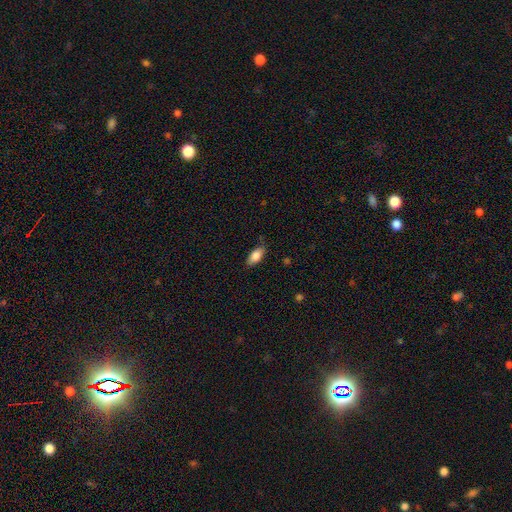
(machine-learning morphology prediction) Overall: smooth (84%). How rounded: in between (87%). Merging: none (77%).